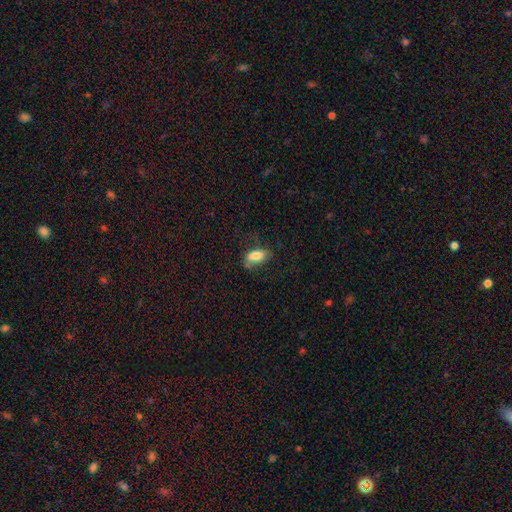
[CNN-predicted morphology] Overall: smooth (78%). How rounded: in between (86%). Merging: none (58%; minor disturbance 26%).